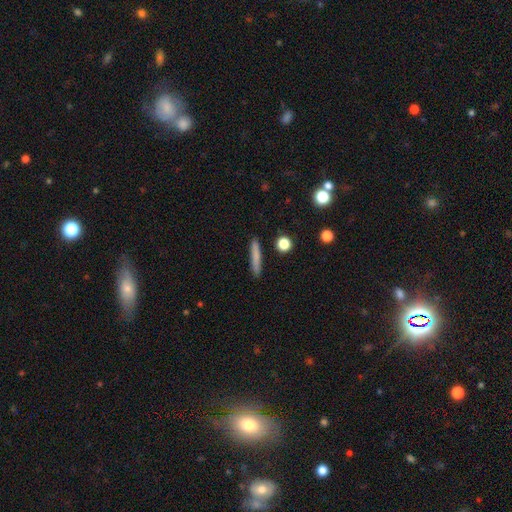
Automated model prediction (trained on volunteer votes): Smooth or featured?
  - smooth: 77% *
  - featured or disk: 16%
  - star or artifact: 7%
How rounded?
  - cigar-shaped: 93% *
  - in between: 5%
  - round: 2%
Merging?
  - none: 89% *
  - minor disturbance: 7%
  - merger: 2%
  - major disturbance: 2%